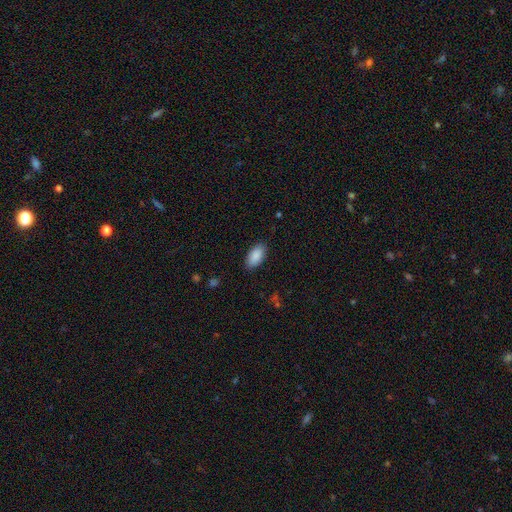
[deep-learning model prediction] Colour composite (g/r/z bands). It shows a smooth galaxy with no disk features (90%) that is in between round and cigar-shaped (94%). Merging: none (87%).